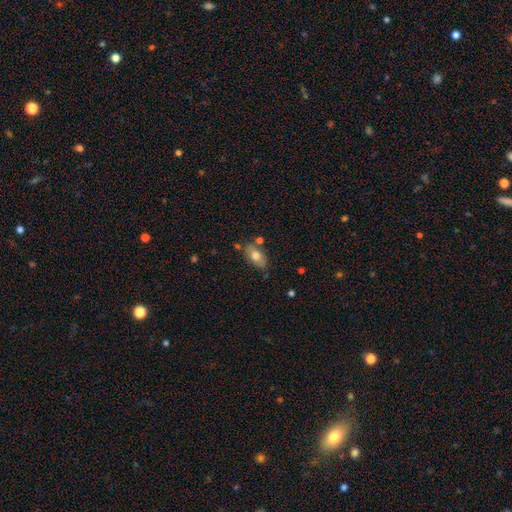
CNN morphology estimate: type=smooth (71%); roundness=in between (88%); merging=none (72%).